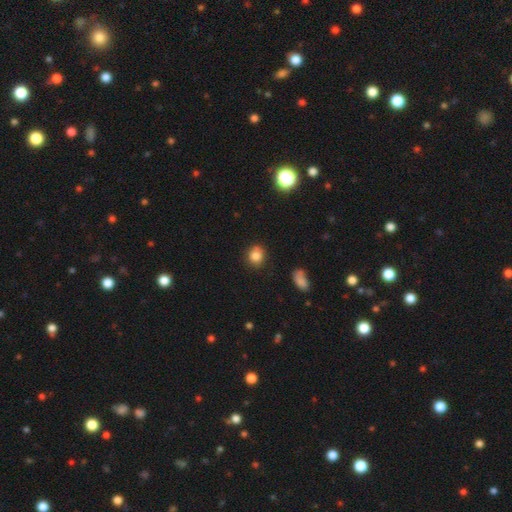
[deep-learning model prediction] The model was most divided on "how rounded": round: 77%, in between: 22%, cigar-shaped: 1%. More confident: smooth or featured — smooth (82%); merging — none (75%).